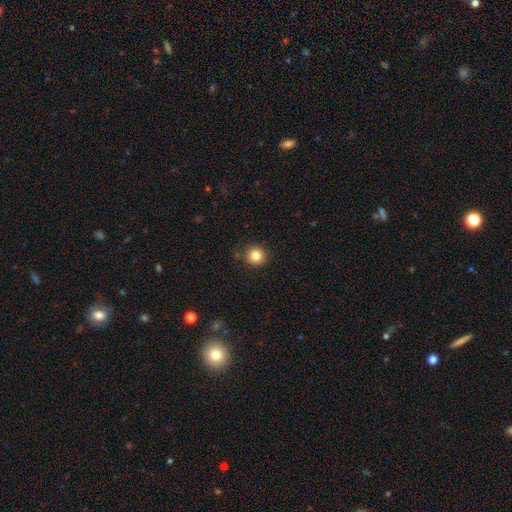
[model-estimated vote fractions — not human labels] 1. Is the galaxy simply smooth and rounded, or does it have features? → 83% smooth, 12% star or artifact, 6% featured or disk.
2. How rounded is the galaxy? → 93% round, 6% in between, 1% cigar-shaped.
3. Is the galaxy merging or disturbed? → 89% none, 8% minor disturbance, 2% major disturbance, 2% merger.